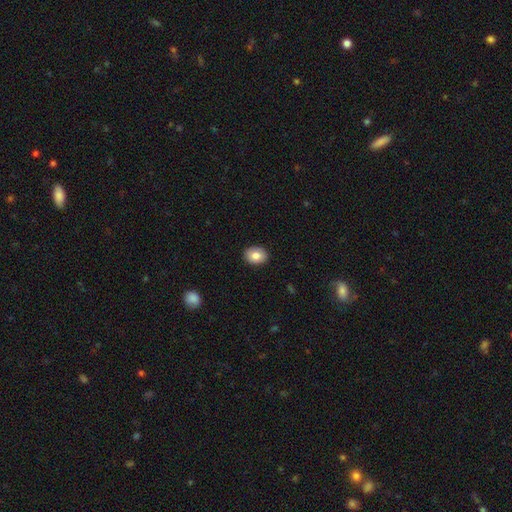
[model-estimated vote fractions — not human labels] This is clearly a smooth galaxy (85%). How rounded: possibly in between (58%). Merging: clearly none (90%).